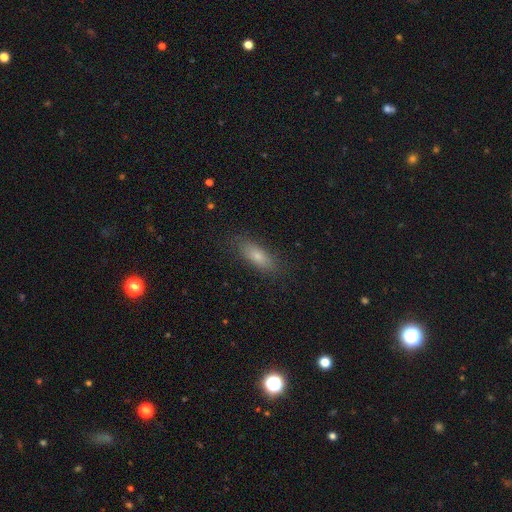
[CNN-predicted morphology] smooth 72%, featured or disk 17%, star or artifact 11%. Down the decision tree: how rounded — in between (64%); merging — none (83%).